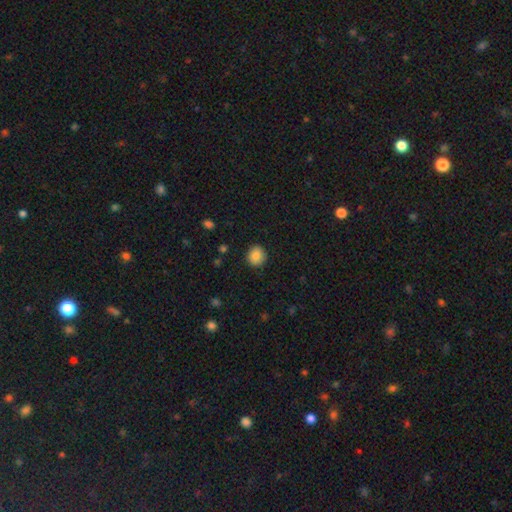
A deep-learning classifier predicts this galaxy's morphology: smooth_or_featured: smooth (p=0.85) [alt: star or artifact p=0.09]
how_rounded: round (p=0.85) [alt: in between p=0.14]
merging: none (p=0.87) [alt: minor disturbance p=0.09]